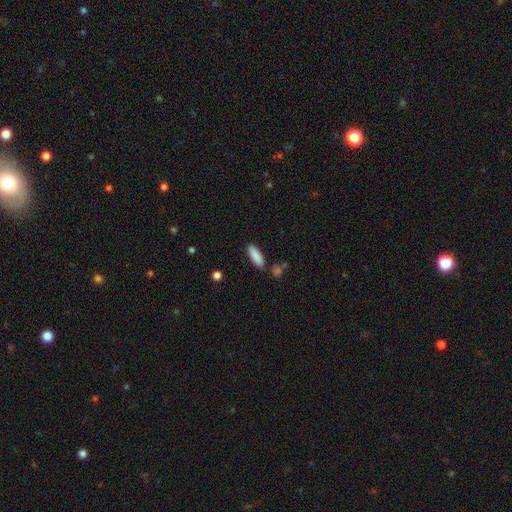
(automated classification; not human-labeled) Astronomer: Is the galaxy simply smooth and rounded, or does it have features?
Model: smooth — 88%.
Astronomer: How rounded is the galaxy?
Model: in between — 64%.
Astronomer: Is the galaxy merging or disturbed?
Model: none — 82%.